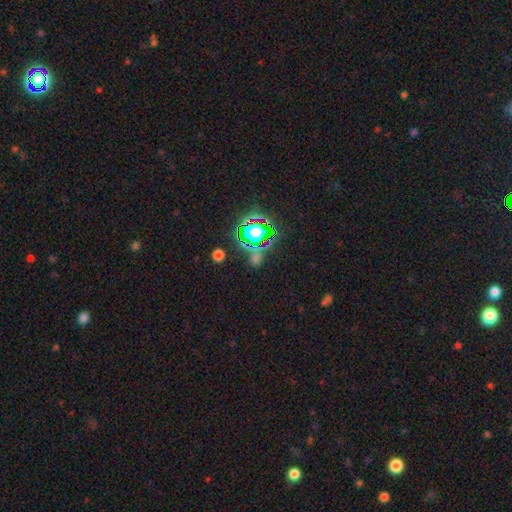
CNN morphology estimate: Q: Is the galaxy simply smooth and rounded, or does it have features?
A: star or artifact — 71%.